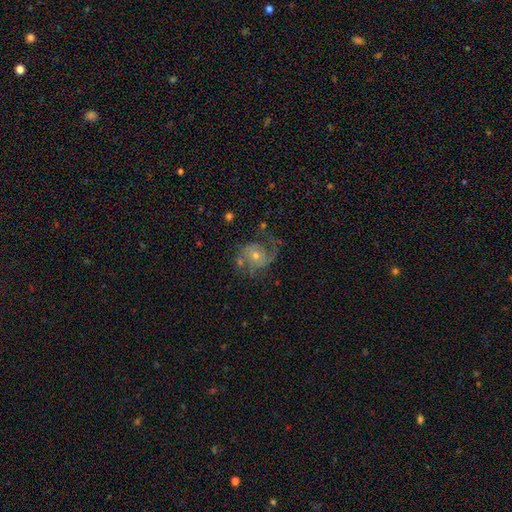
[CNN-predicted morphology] This is likely a featured or disk galaxy (77%). It is clearly not viewed edge-on (98%). Bar: likely no (71%). Spiral arm pattern: clearly yes (92%). Spiral arm count: likely 2 (65%). Spiral winding: possibly medium (47%). Central bulge: possibly small (52%). Merging: possibly none (57%).